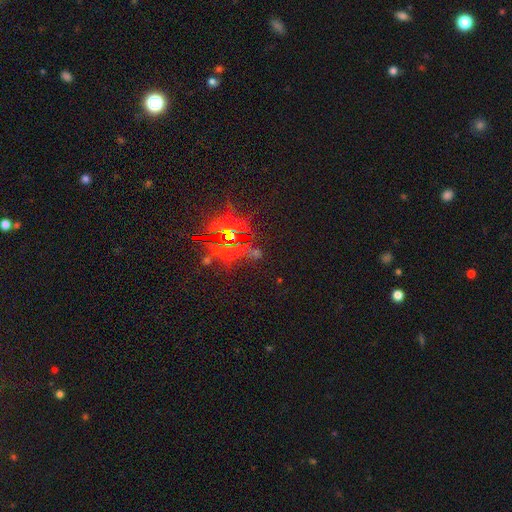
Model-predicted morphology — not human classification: Smooth or featured?
  - star or artifact: 85% *
  - smooth: 7%
  - featured or disk: 7%